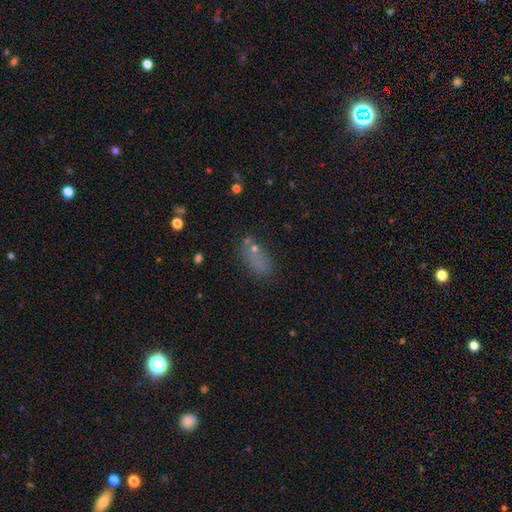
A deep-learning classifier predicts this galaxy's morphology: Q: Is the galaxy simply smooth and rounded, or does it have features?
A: smooth — 65%.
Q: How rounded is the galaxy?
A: in between — 84%.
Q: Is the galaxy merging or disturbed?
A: none — 60%.